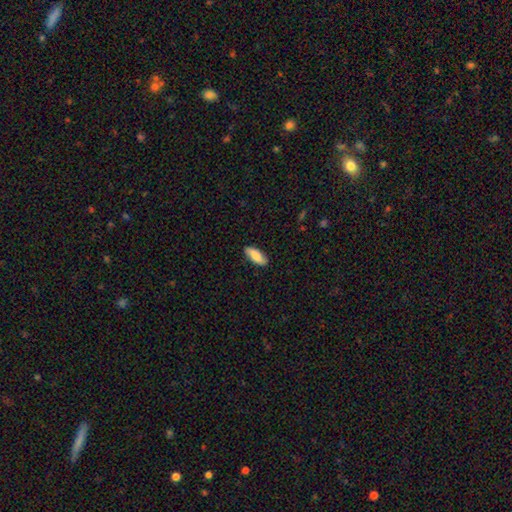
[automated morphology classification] smooth_or_featured: smooth (p=0.81) [alt: featured or disk p=0.13]
how_rounded: in between (p=0.77) [alt: cigar-shaped p=0.21]
merging: none (p=0.86) [alt: minor disturbance p=0.11]